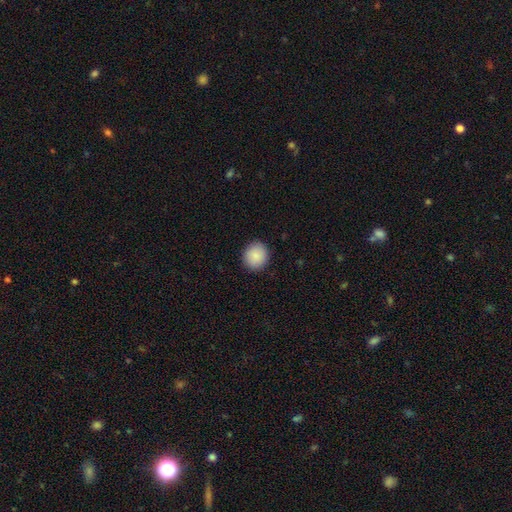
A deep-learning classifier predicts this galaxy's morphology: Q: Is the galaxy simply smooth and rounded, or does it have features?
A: smooth — 89%.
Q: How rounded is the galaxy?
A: round — 88%.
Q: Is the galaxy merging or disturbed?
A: none — 92%.